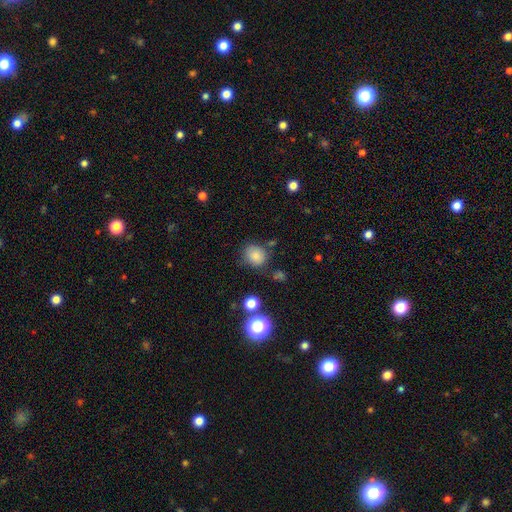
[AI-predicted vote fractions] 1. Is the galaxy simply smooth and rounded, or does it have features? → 81% smooth, 13% star or artifact, 6% featured or disk.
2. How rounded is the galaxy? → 76% round, 23% in between, 1% cigar-shaped.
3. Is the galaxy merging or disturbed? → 76% none, 15% minor disturbance, 5% merger, 5% major disturbance.